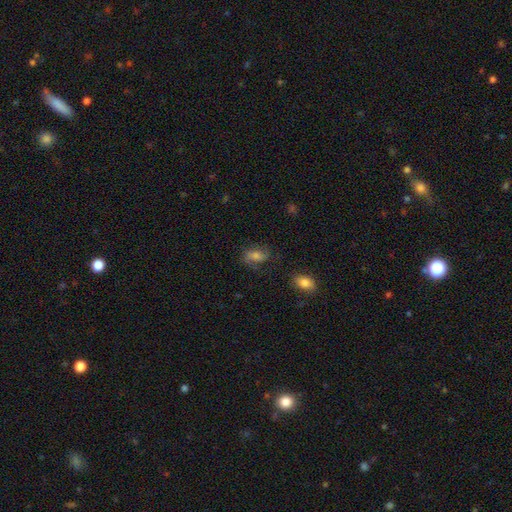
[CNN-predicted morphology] Smooth or featured? smooth (57%)
How rounded? in between (84%)
Merging? none (70%)